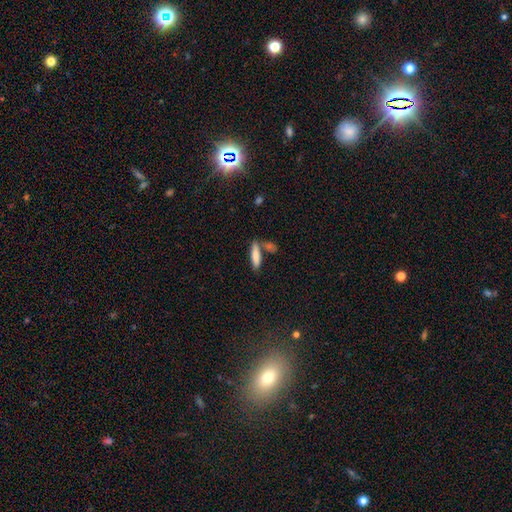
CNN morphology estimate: Smooth or featured? Predicted: smooth (p=0.79). How rounded? Predicted: cigar-shaped (p=0.68). Merging? Predicted: none (p=0.66).